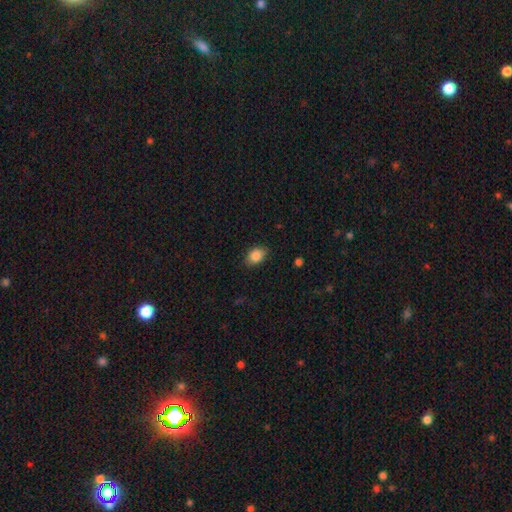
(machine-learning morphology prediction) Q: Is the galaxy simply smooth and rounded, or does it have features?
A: smooth — 87%.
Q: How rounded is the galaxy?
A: in between — 79%.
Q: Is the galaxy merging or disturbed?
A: none — 84%.